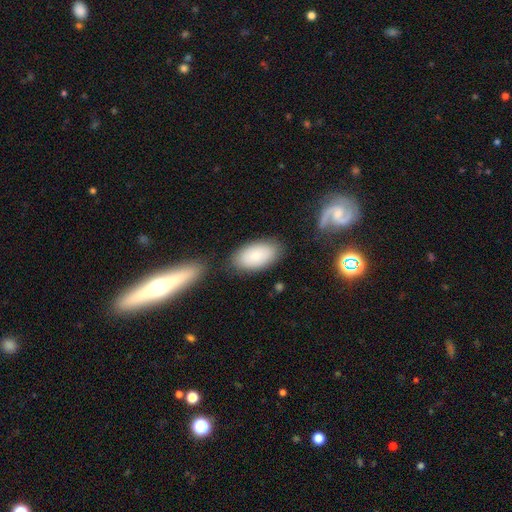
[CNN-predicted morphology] smooth 81%, featured or disk 12%, star or artifact 7%. Down the decision tree: how rounded — in between (94%); merging — none (76%).